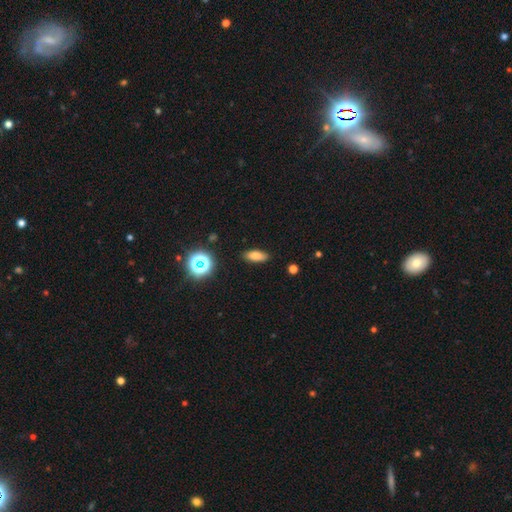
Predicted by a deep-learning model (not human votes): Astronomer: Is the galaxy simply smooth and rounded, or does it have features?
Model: smooth — 79%.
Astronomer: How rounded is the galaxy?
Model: in between — 78%.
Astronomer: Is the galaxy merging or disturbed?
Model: none — 88%.